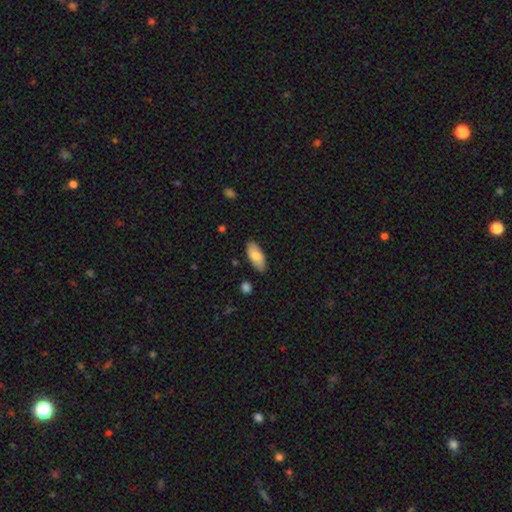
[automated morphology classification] type=smooth (80%); roundness=in between (89%); merging=none (84%).